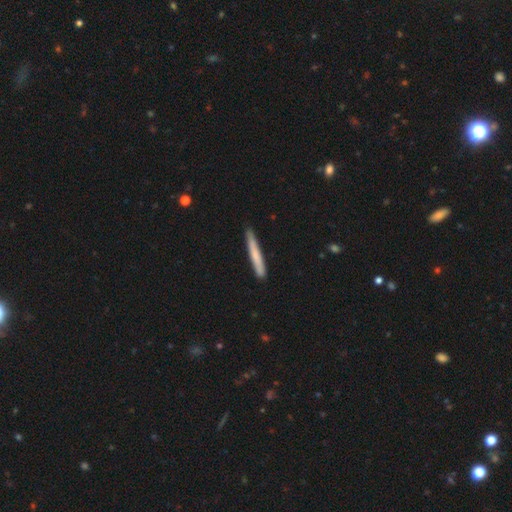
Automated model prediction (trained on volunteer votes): This is likely a smooth galaxy (69%). How rounded: clearly cigar-shaped (96%). Merging: clearly none (85%).